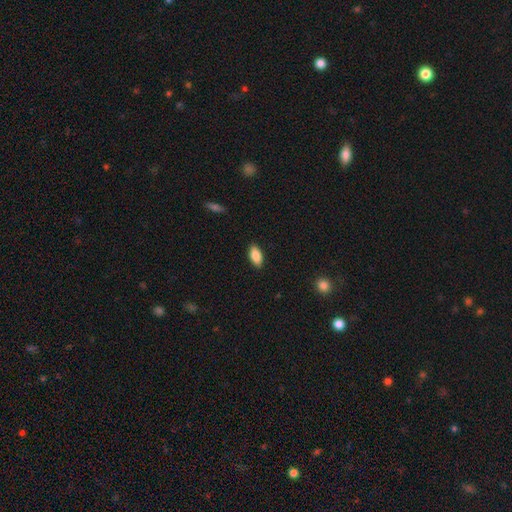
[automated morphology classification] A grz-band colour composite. It shows a smooth galaxy with no disk features (85%) that is in between round and cigar-shaped (90%). Merging: none (88%).